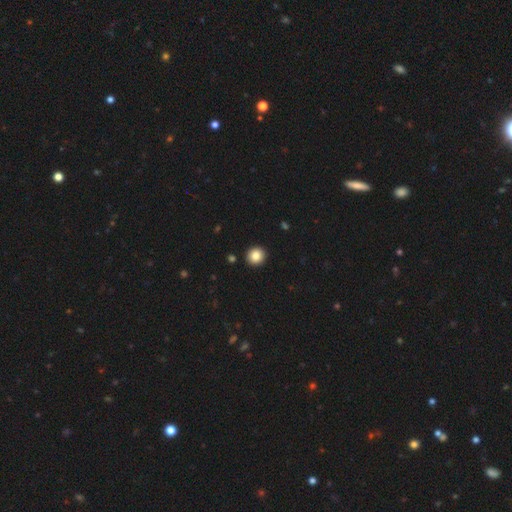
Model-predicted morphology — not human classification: A smooth galaxy with no disk features (85%) that is round (91%).

Vote fractions:
- Smooth or featured? smooth: 85% / star or artifact: 9% / featured or disk: 6%
- How rounded? round: 91% / in between: 9% / cigar-shaped: 1%
- Merging? none: 93% / minor disturbance: 4% / major disturbance: 1% / merger: 1%